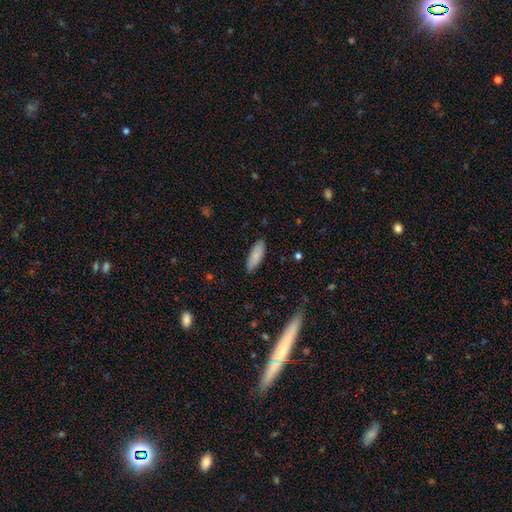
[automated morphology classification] smooth_or_featured: smooth (p=0.86) [alt: featured or disk p=0.08]
how_rounded: in between (p=0.64) [alt: cigar-shaped p=0.35]
merging: none (p=0.86) [alt: minor disturbance p=0.10]